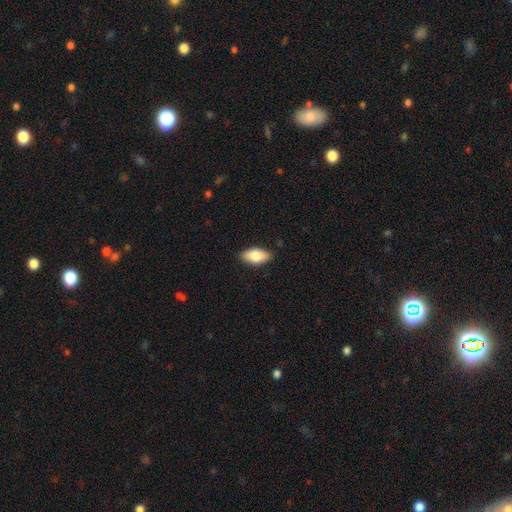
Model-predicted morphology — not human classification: Overall: smooth (78%). How rounded: in between (89%). Merging: none (86%).